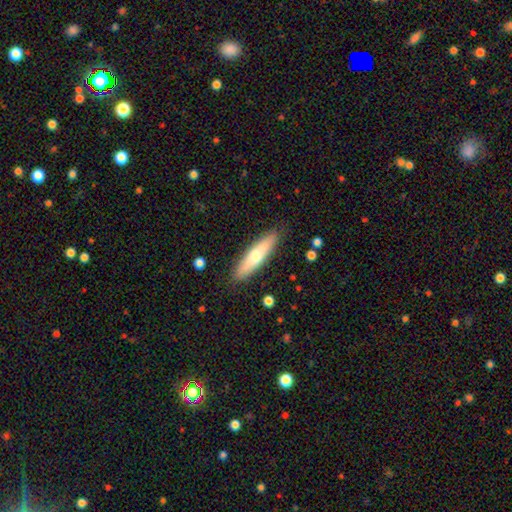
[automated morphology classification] type=smooth (65%); roundness=cigar-shaped (77%); merging=none (88%).